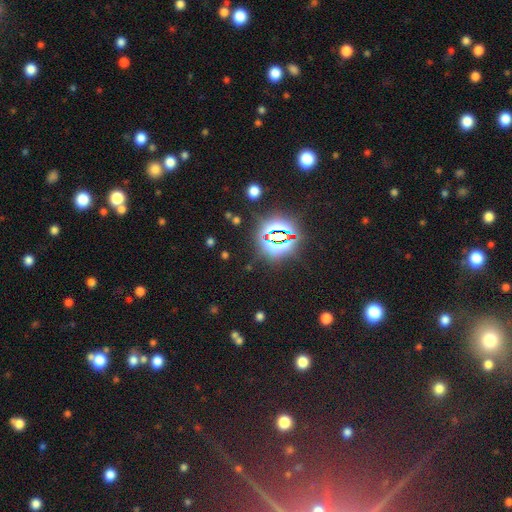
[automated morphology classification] star or artifact 79%, smooth 14%, featured or disk 7%.